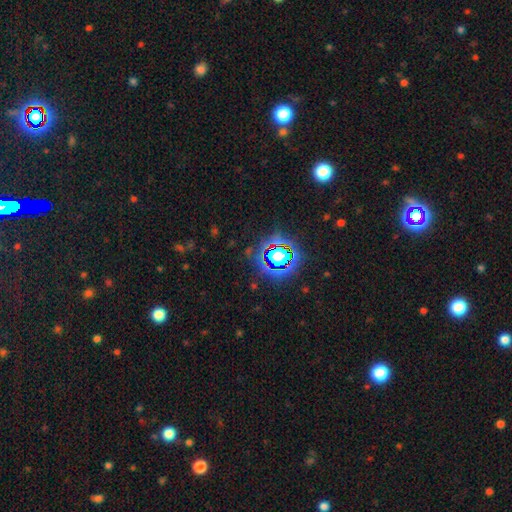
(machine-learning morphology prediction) This appears to be a star or artifact, not a galaxy (80%).